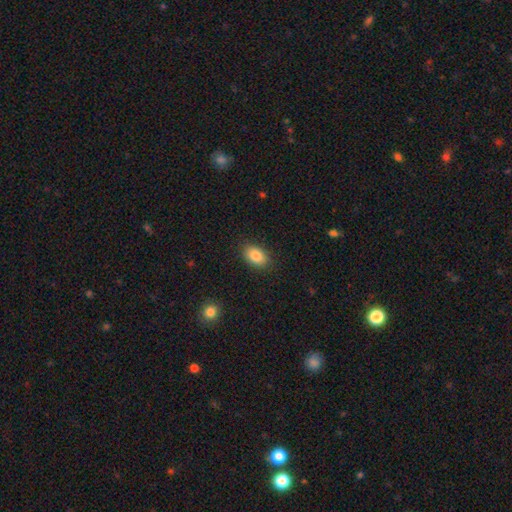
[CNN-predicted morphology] Smooth or featured?
  - smooth: 86% *
  - star or artifact: 8%
  - featured or disk: 6%
How rounded?
  - in between: 88% *
  - round: 11%
  - cigar-shaped: 1%
Merging?
  - none: 87% *
  - minor disturbance: 9%
  - major disturbance: 2%
  - merger: 1%